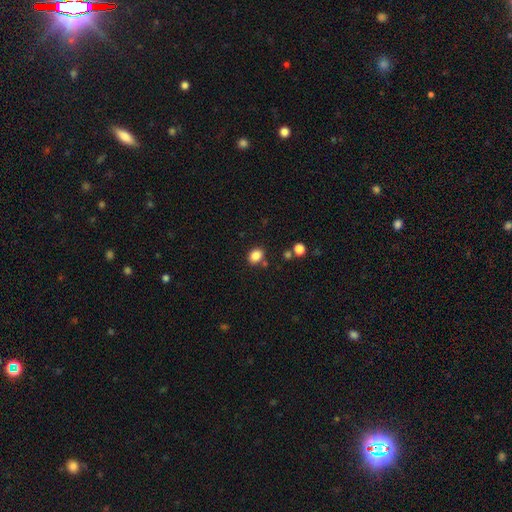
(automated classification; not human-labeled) Smooth or featured? smooth (86%)
How rounded? in between (60%)
Merging? none (81%)